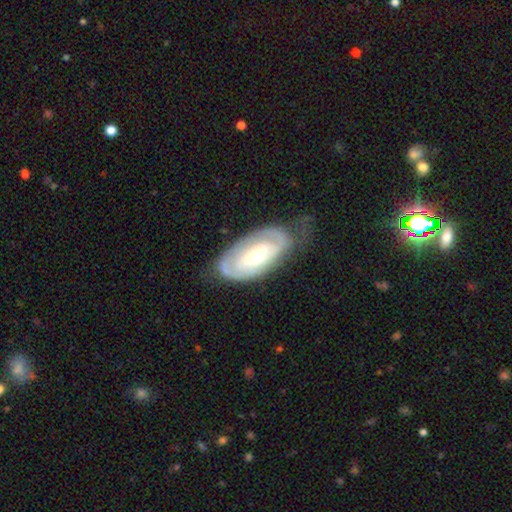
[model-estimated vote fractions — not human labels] Smooth or featured? Predicted: featured or disk (p=0.75). Edge-on disk? Predicted: no (p=0.92). Bar? Predicted: no (p=0.52). Spiral arms? Predicted: yes (p=0.80). Spiral winding? Predicted: tight (p=0.65). Spiral arm count? Predicted: 2 (p=0.48). Bulge size? Predicted: moderate (p=0.57). Merging? Predicted: none (p=0.64).